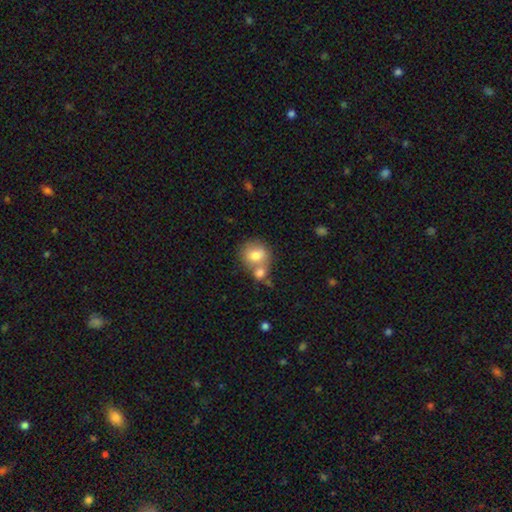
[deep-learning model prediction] This appears to be a smooth galaxy with no disk features (76%) that is round (77%). Merging: merger (46%).